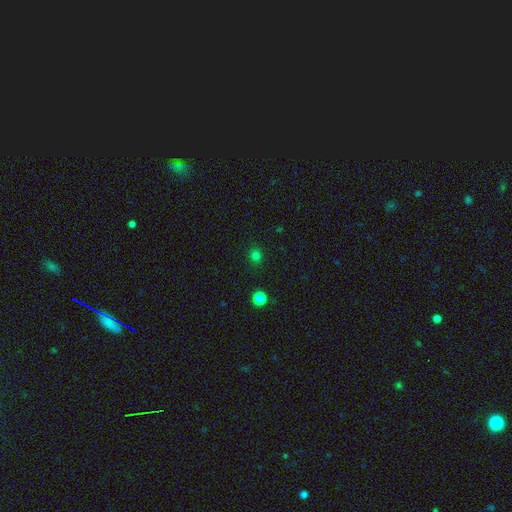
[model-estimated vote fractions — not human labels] smooth 76%, star or artifact 21%, featured or disk 4%. Down the decision tree: how rounded — round (91%); merging — none (89%).